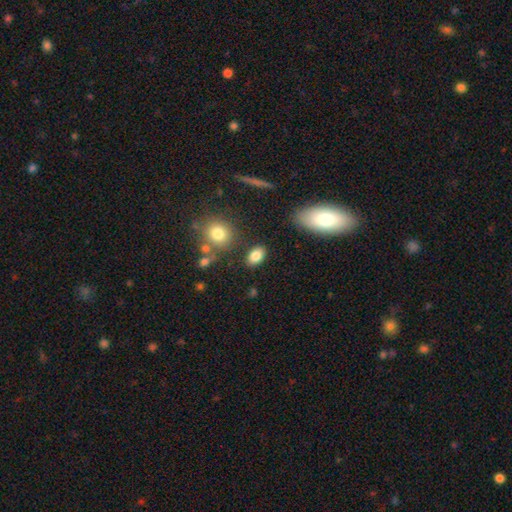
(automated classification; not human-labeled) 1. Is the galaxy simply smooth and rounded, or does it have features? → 84% smooth, 9% star or artifact, 7% featured or disk.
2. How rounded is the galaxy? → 87% in between, 11% round, 2% cigar-shaped.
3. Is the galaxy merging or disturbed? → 83% none, 10% minor disturbance, 4% merger, 3% major disturbance.